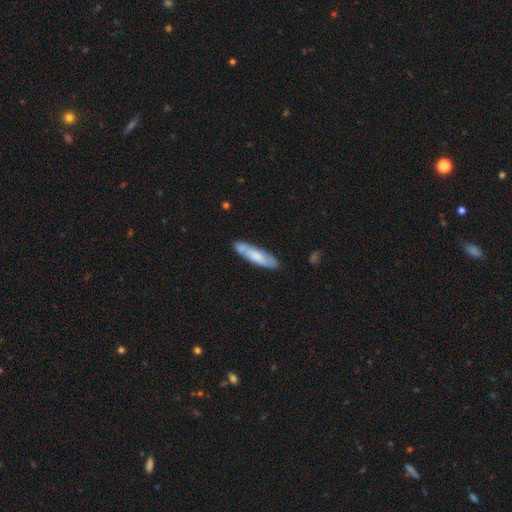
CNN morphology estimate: This appears to be a smooth galaxy with no disk features (59%) that is cigar-shaped (73%). Merging: none (78%).